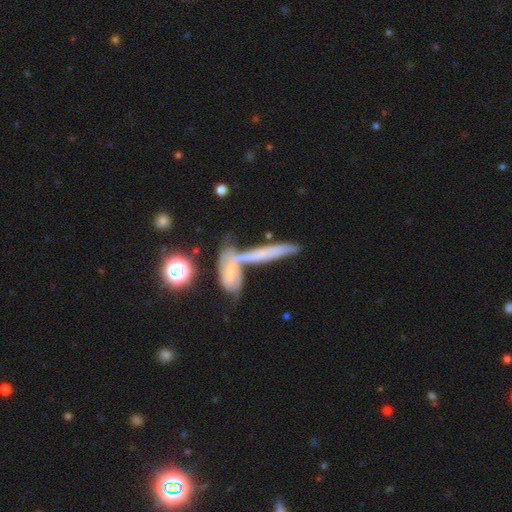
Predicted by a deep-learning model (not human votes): smooth_or_featured: featured or disk (p=0.48) [alt: smooth p=0.35]
merging: none (p=0.44) [alt: merger p=0.39]